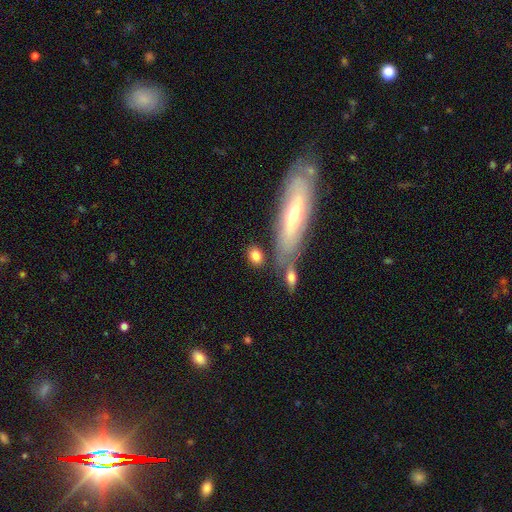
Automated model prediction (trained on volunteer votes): smooth 80%, featured or disk 12%, star or artifact 8%. Down the decision tree: how rounded — in between (62%); merging — none (71%).